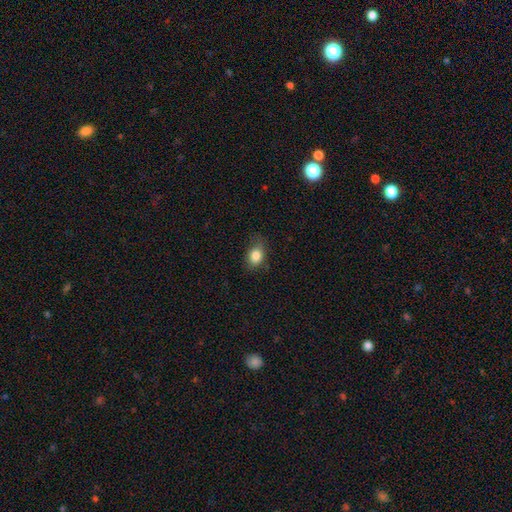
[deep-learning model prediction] Q: Smooth or featured?
A: smooth (85%); runner-up: star or artifact (9%)
Q: How rounded?
A: in between (66%); runner-up: round (33%)
Q: Merging?
A: none (69%); runner-up: minor disturbance (24%)